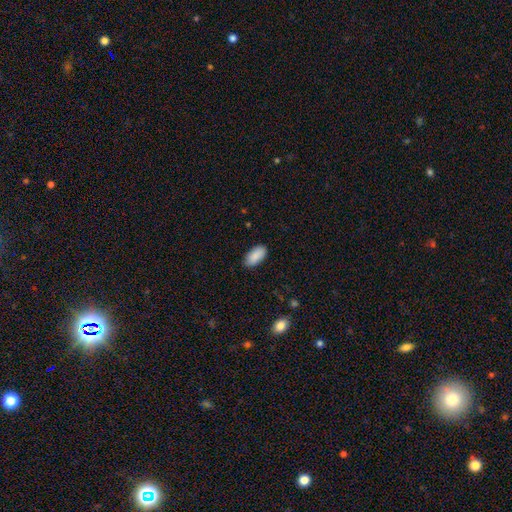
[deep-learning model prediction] This appears to be a smooth galaxy with no disk features (89%) that is in between round and cigar-shaped (94%). Merging: none (85%).